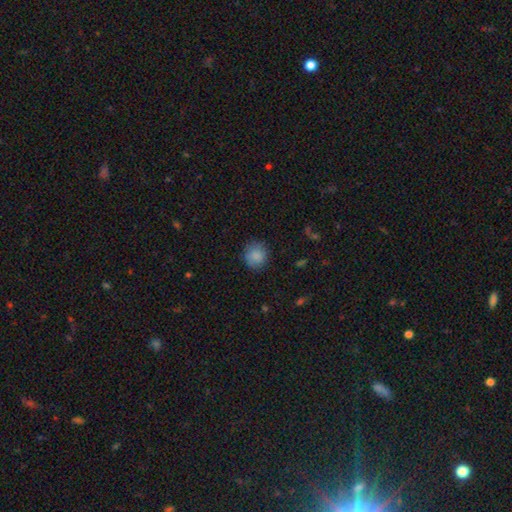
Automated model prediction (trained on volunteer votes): Smooth or featured?
  - smooth: 86% *
  - star or artifact: 8%
  - featured or disk: 6%
How rounded?
  - round: 87% *
  - in between: 13%
  - cigar-shaped: 1%
Merging?
  - none: 82% *
  - minor disturbance: 14%
  - major disturbance: 4%
  - merger: 1%